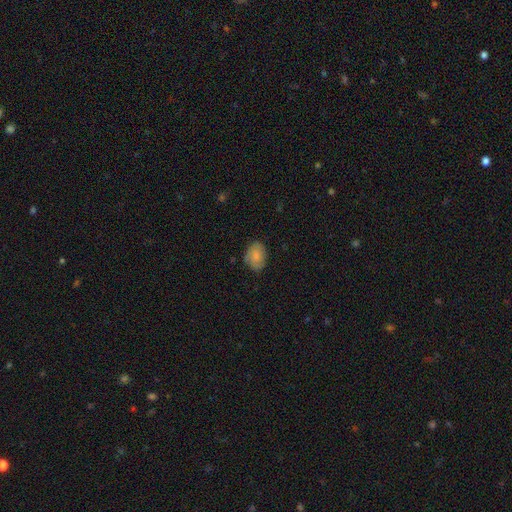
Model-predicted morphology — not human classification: The model was most divided on "how rounded": in between: 76%, round: 23%, cigar-shaped: 1%. More confident: smooth or featured — smooth (80%); merging — none (76%).